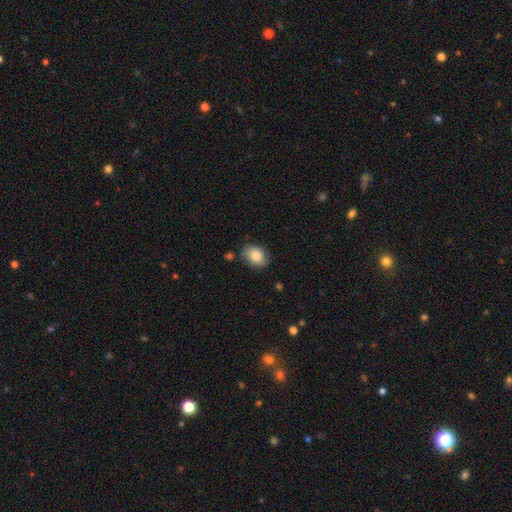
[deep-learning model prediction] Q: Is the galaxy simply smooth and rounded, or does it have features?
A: smooth — 84%.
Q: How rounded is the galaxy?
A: in between — 69%.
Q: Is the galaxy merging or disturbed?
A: none — 74%.